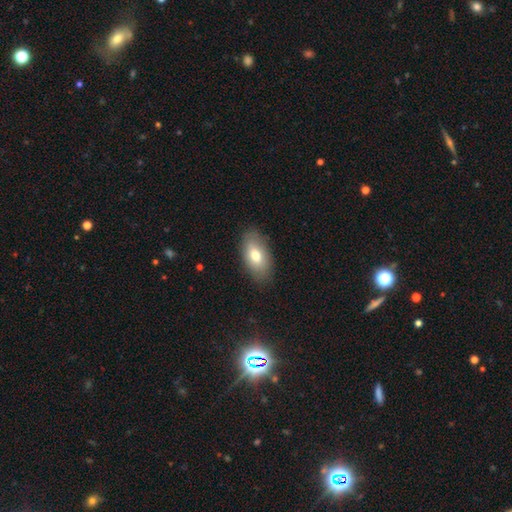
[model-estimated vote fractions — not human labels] This is likely a smooth galaxy (74%). How rounded: clearly in between (92%). Merging: clearly none (84%).